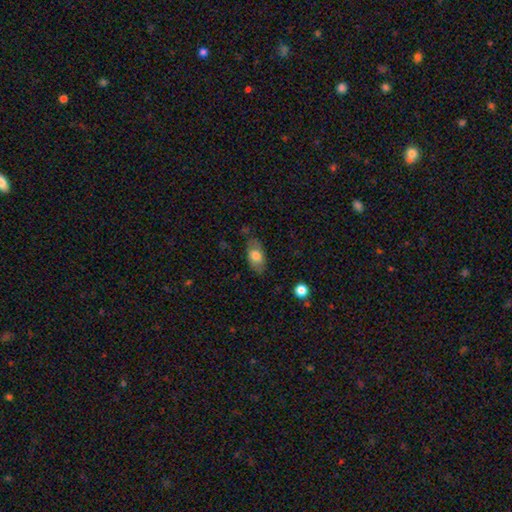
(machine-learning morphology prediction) Smooth or featured: smooth — 72% (featured or disk — 21%)
How rounded: in between — 90% (round — 5%)
Merging: none — 72% (minor disturbance — 19%)